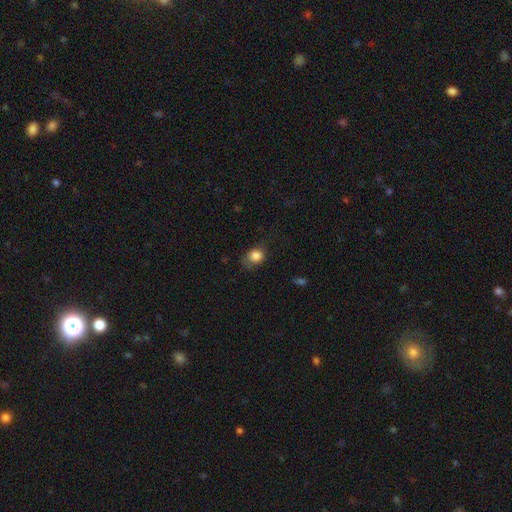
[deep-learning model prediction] This is clearly a smooth galaxy (84%). How rounded: possibly round (59%). Merging: possibly none (60%).